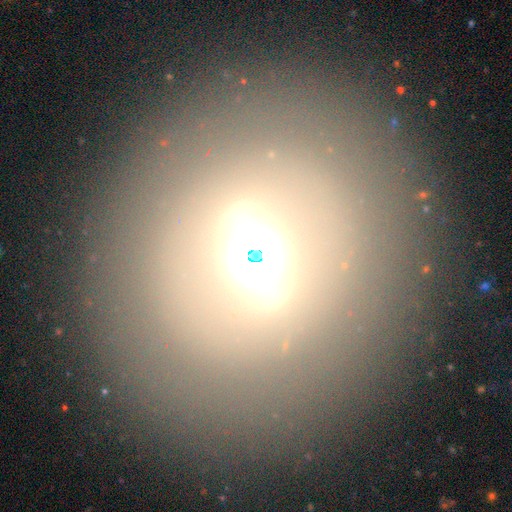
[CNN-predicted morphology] type=star or artifact (45%).